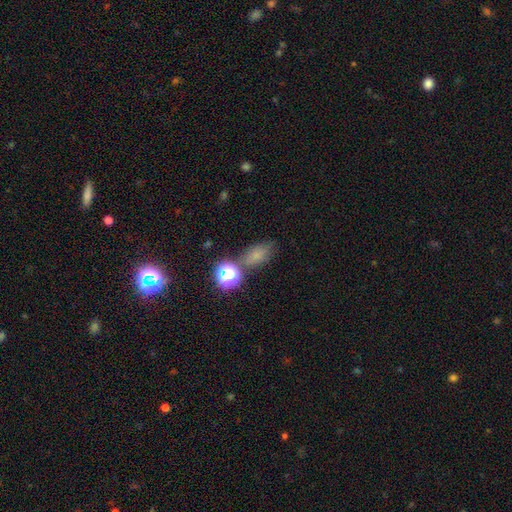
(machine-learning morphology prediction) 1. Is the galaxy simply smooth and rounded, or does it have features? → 59% smooth, 30% star or artifact, 11% featured or disk.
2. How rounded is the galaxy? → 74% in between, 22% round, 4% cigar-shaped.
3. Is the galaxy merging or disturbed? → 63% none, 18% minor disturbance, 12% merger, 7% major disturbance.